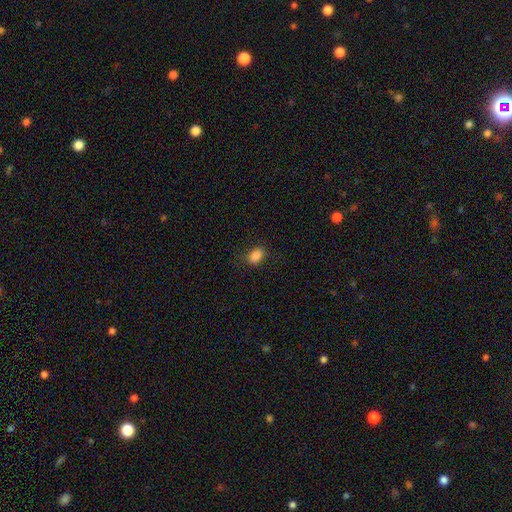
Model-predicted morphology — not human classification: Smooth or featured? Predicted: smooth (p=0.86). How rounded? Predicted: in between (p=0.74). Merging? Predicted: none (p=0.83).